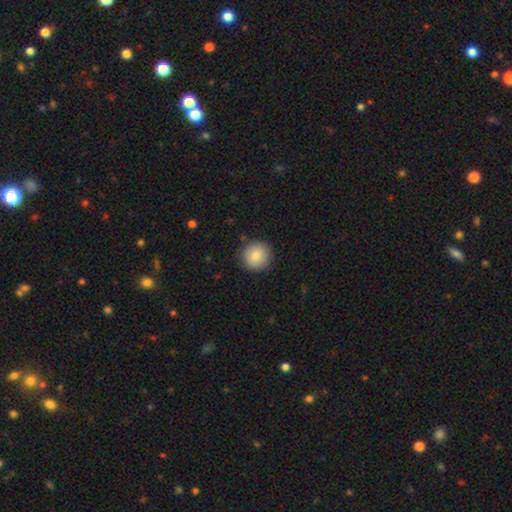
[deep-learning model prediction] smooth-or-featured: smooth: 82% | featured or disk: 10% | star or artifact: 8%
  how-rounded: round: 91% | in between: 8% | cigar-shaped: 1%
  merging: none: 87% | minor disturbance: 10% | major disturbance: 2% | merger: 1%